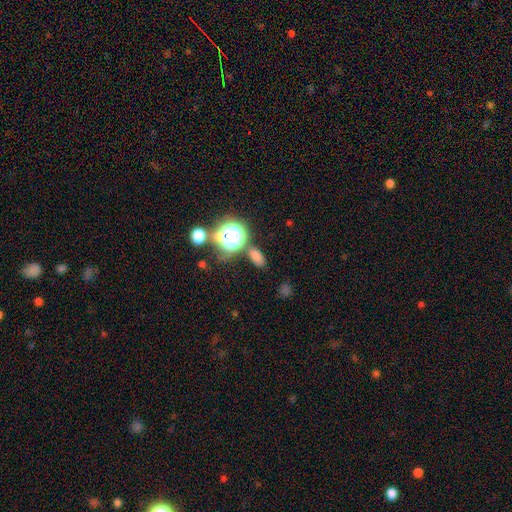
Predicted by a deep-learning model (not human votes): Smooth or featured: smooth — 66% (star or artifact — 25%)
How rounded: in between — 73% (round — 24%)
Merging: none — 67% (minor disturbance — 14%)